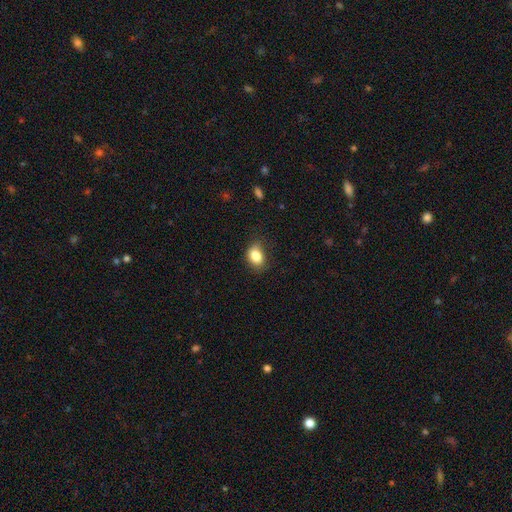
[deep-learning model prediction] Smooth or featured? Predicted: smooth (p=0.83). How rounded? Predicted: in between (p=0.66). Merging? Predicted: none (p=0.67).